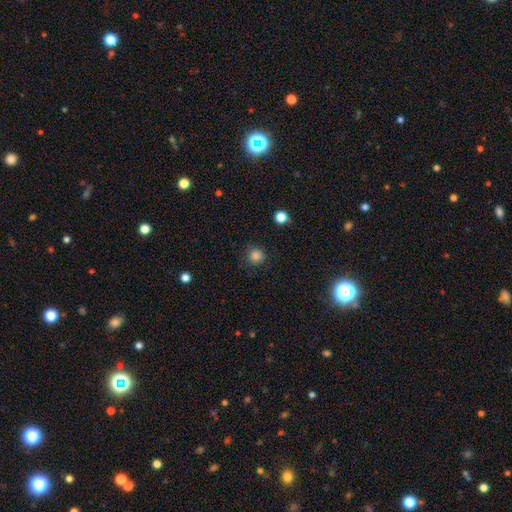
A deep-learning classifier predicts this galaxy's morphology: Smooth or featured? smooth (84%)
How rounded? round (94%)
Merging? none (87%)